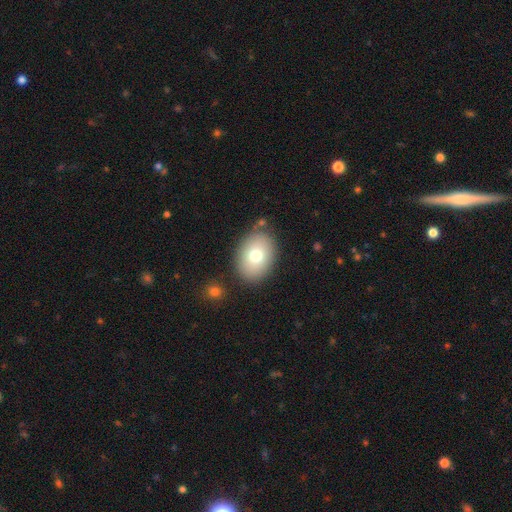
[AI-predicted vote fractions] smooth-or-featured: smooth: 75% | featured or disk: 16% | star or artifact: 9%
  how-rounded: in between: 74% | round: 25% | cigar-shaped: 1%
  merging: none: 81% | minor disturbance: 11% | merger: 4% | major disturbance: 3%